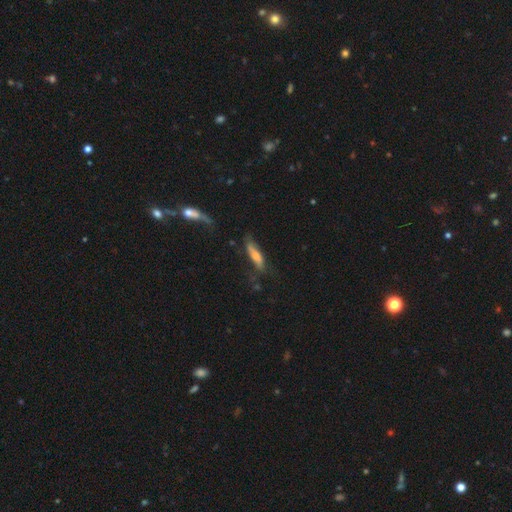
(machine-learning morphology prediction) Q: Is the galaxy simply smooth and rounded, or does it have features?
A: smooth — 64%.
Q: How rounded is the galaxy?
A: cigar-shaped — 72%.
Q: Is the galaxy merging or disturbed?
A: none — 55%.